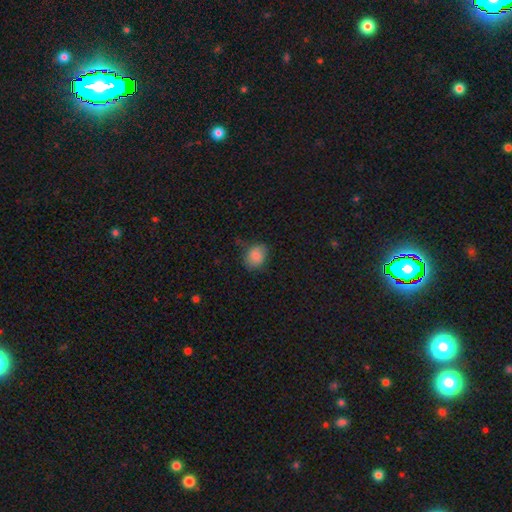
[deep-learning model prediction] Q: Smooth or featured?
A: smooth (84%); runner-up: star or artifact (8%)
Q: How rounded?
A: in between (50%); runner-up: round (49%)
Q: Merging?
A: none (70%); runner-up: minor disturbance (23%)